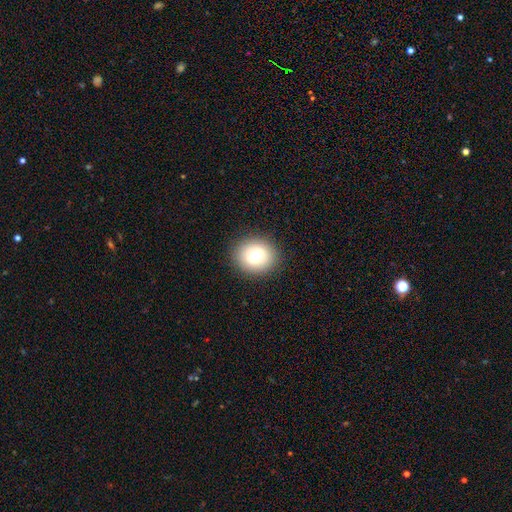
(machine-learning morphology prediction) This appears to be a smooth galaxy with no disk features (71%) that is round (79%). Merging: none (89%).